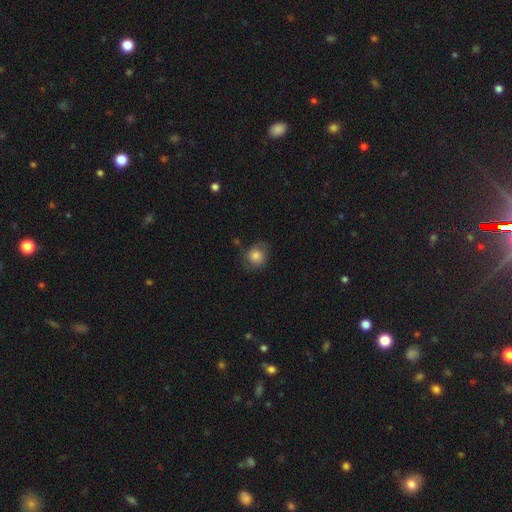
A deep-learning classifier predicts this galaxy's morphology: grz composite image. It shows a smooth galaxy with no disk features (77%) that is round (75%). Merging: none (66%).